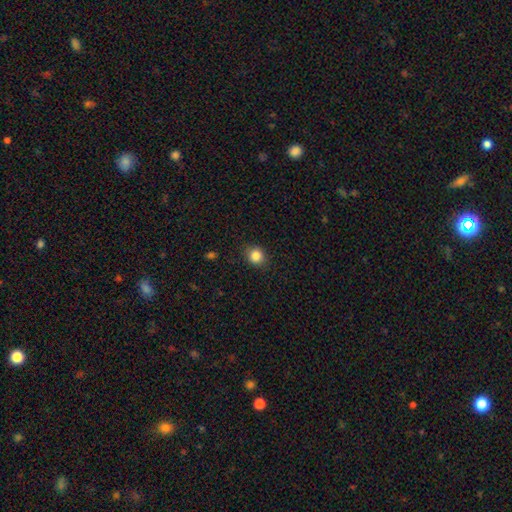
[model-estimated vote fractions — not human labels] Smooth or featured? Predicted: smooth (p=0.85). How rounded? Predicted: round (p=0.78). Merging? Predicted: none (p=0.87).